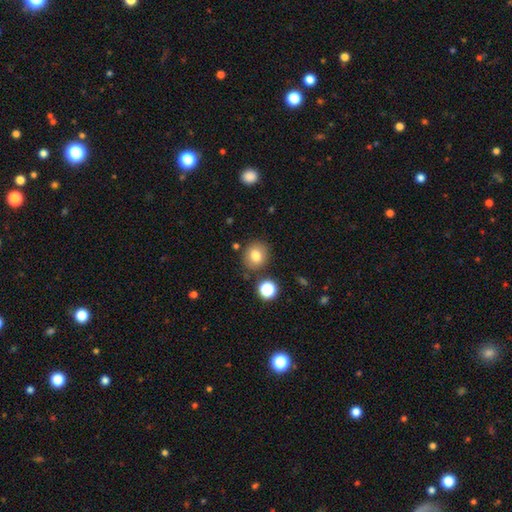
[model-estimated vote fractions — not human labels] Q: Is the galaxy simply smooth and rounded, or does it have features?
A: smooth — 78%.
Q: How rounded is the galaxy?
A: round — 78%.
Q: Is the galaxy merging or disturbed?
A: none — 81%.